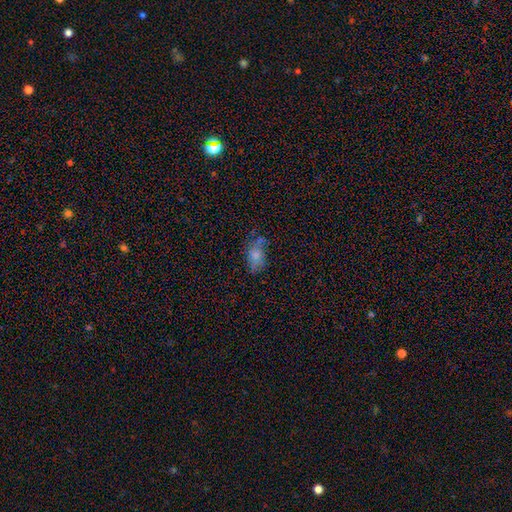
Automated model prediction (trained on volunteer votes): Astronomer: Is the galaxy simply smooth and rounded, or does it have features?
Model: smooth — 69%.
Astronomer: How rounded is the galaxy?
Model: in between — 85%.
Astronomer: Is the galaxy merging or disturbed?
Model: none — 56%.